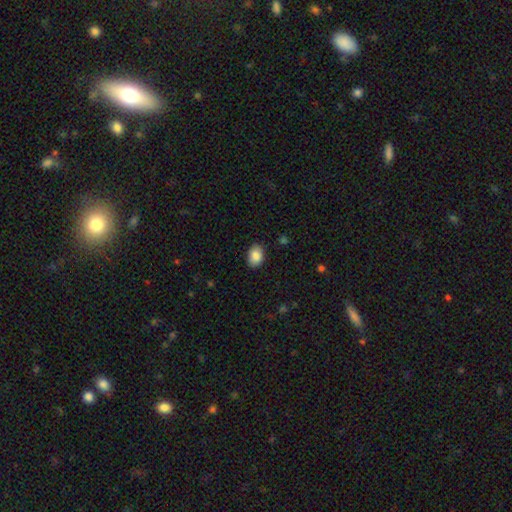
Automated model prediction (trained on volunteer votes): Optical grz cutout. It shows a smooth galaxy with no disk features (88%) that is in between round and cigar-shaped (76%). Merging: none (87%).